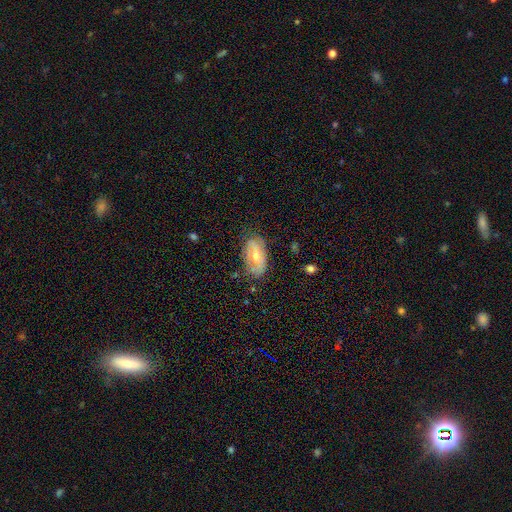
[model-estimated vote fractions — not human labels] Smooth or featured?
  - featured or disk: 55% *
  - smooth: 35%
  - star or artifact: 9%
Edge-on disk?
  - no: 88% *
  - yes: 12%
Merging?
  - none: 71% *
  - minor disturbance: 22%
  - major disturbance: 5%
  - merger: 2%